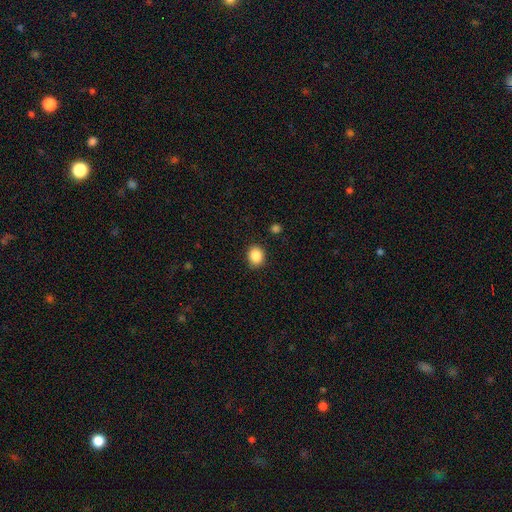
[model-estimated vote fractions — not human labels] This appears to be a smooth galaxy with no disk features (87%) that is round (68%). Merging: none (88%).